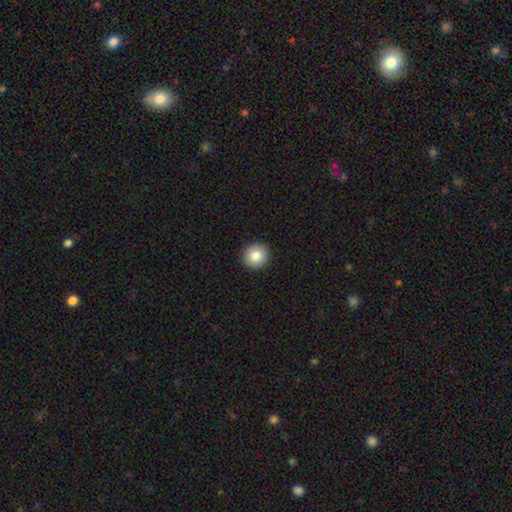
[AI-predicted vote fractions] This appears to be a smooth galaxy with no disk features (84%) that is round (94%). Merging: none (93%).